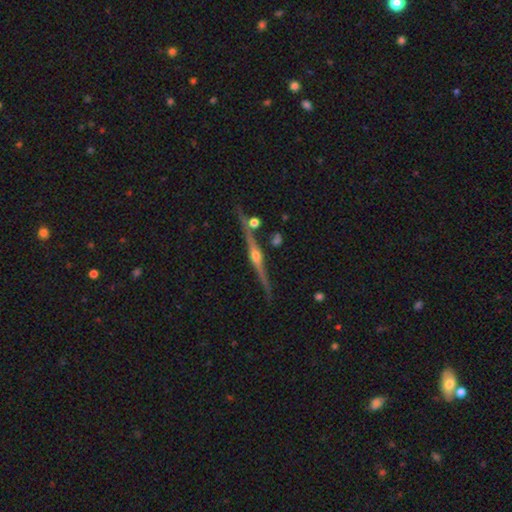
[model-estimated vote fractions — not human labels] Morphology: type=featured or disk (86%); edge-on=yes (98%); edge-on bulge=rounded (94%); merging=none (83%).